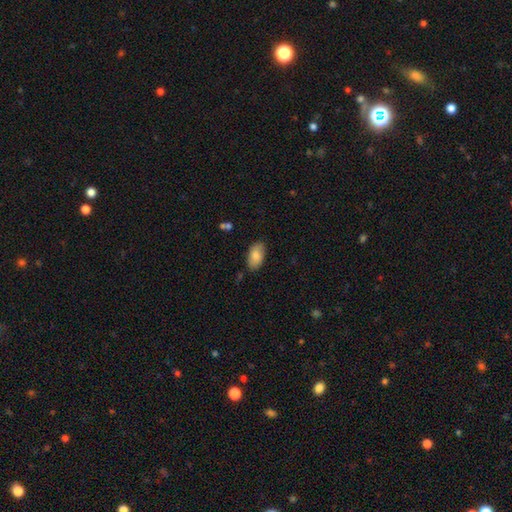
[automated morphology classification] Smooth or featured: smooth — 85% (featured or disk — 9%)
How rounded: in between — 94% (round — 4%)
Merging: none — 82% (minor disturbance — 13%)